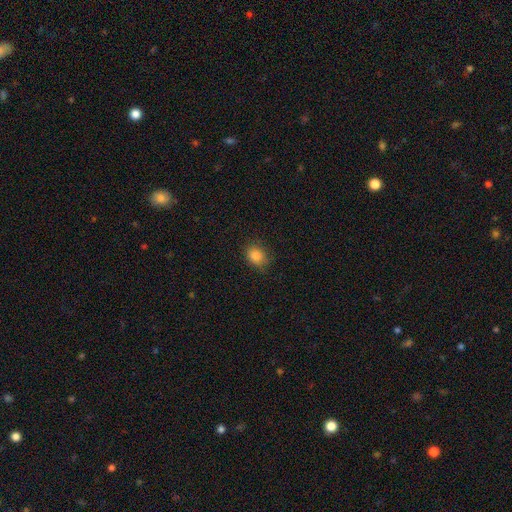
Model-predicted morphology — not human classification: Smooth or featured? Predicted: smooth (p=0.85). How rounded? Predicted: round (p=0.65). Merging? Predicted: none (p=0.81).